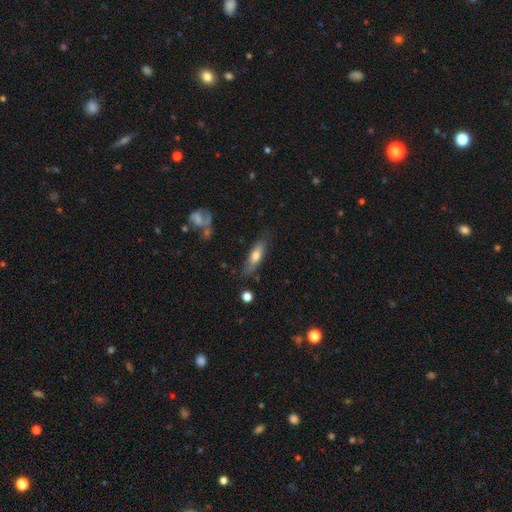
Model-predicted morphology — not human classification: This appears to be a smooth galaxy with no disk features (65%) that is cigar-shaped (51%). Merging: none (74%).